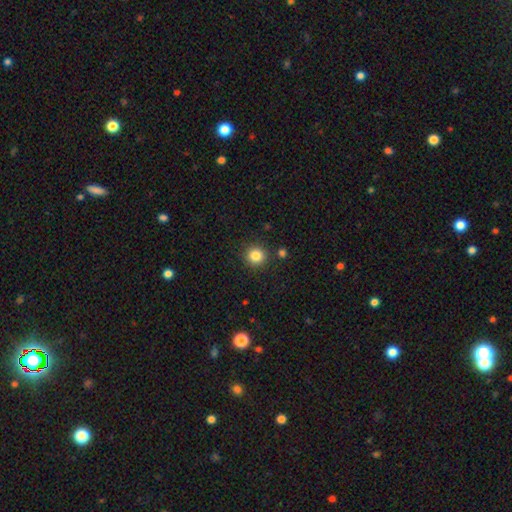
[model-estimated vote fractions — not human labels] Overall: smooth (84%). How rounded: round (93%). Merging: none (88%).